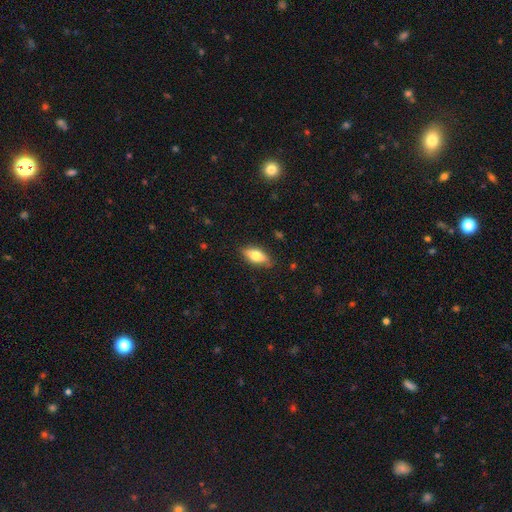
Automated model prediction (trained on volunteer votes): Q: Smooth or featured?
A: smooth (65%); runner-up: featured or disk (28%)
Q: How rounded?
A: in between (79%); runner-up: cigar-shaped (17%)
Q: Merging?
A: none (84%); runner-up: minor disturbance (12%)